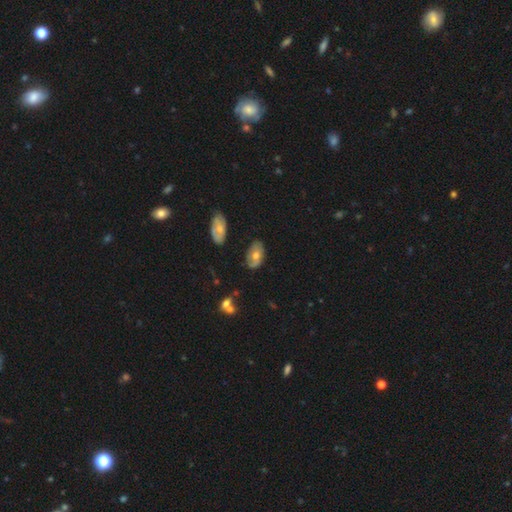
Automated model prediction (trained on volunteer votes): Overall: smooth (53%; featured or disk 39%). How rounded: in between (90%). Merging: none (66%).